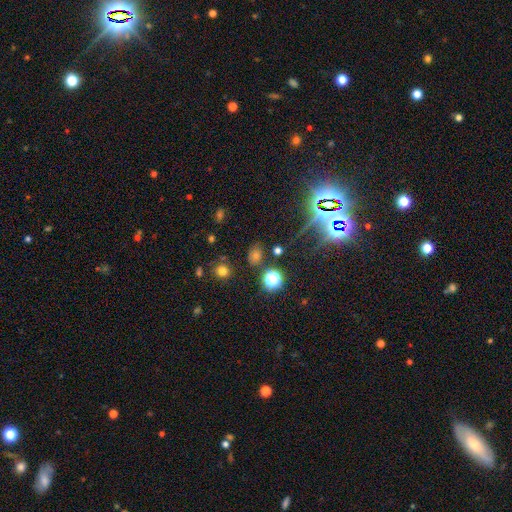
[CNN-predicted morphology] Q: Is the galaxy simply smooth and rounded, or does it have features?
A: star or artifact — 46%.